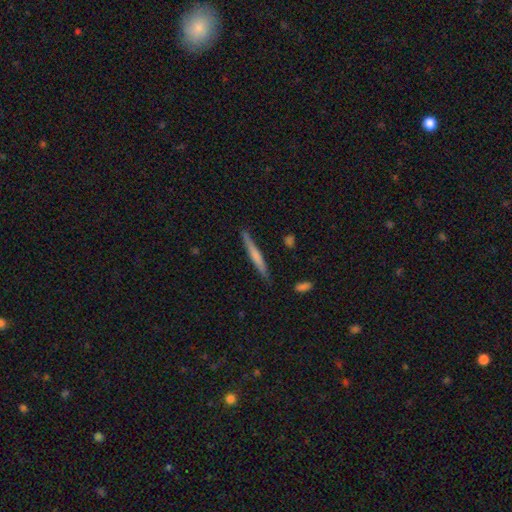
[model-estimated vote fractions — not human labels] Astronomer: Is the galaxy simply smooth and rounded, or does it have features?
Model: smooth — 56% (runner-up: featured or disk, 38%).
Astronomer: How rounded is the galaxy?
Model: cigar-shaped — 96%.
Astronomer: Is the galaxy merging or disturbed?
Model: none — 86%.